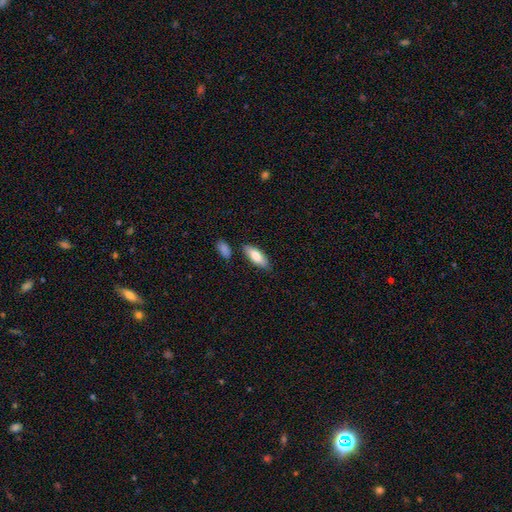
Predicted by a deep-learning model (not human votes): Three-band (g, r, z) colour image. It shows a smooth galaxy with no disk features (81%) that is in between round and cigar-shaped (72%). Merging: none (79%).